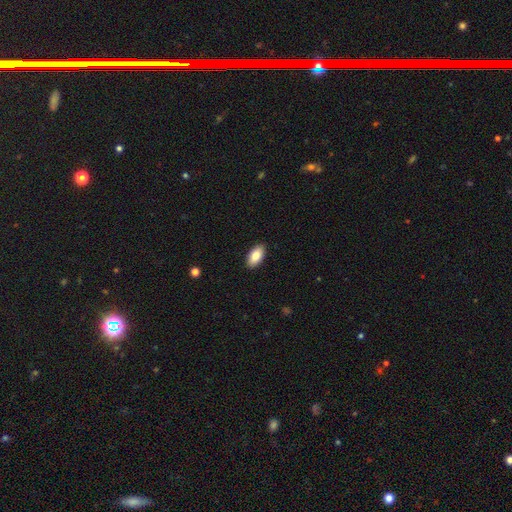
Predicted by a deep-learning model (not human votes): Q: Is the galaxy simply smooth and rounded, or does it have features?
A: smooth — 83%.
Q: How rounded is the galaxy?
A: in between — 93%.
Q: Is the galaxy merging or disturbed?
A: none — 90%.